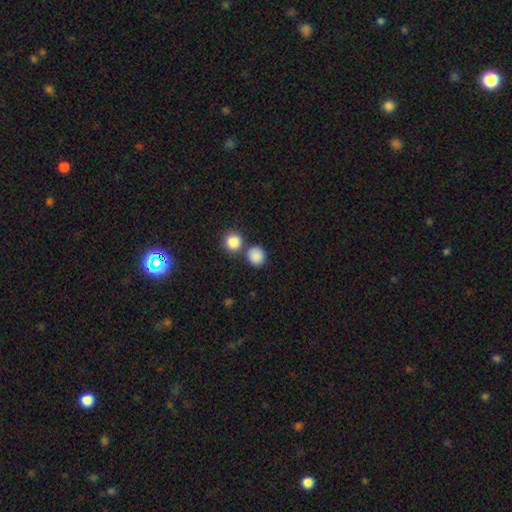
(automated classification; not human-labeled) smooth_or_featured: smooth (p=0.87) [alt: star or artifact p=0.09]
how_rounded: round (p=0.83) [alt: in between p=0.16]
merging: none (p=0.68) [alt: merger p=0.20]